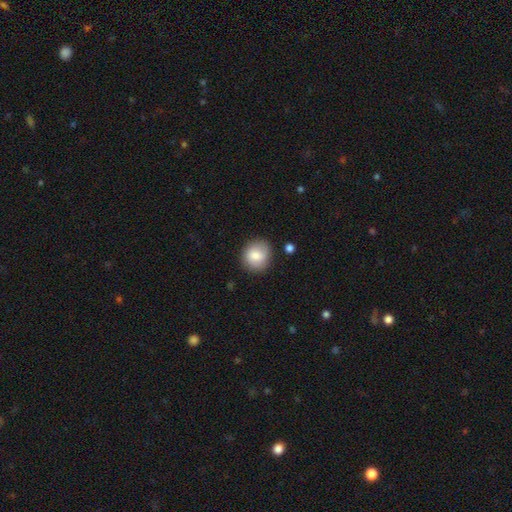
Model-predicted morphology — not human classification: smooth-or-featured: smooth: 83% | featured or disk: 10% | star or artifact: 8%
  how-rounded: round: 83% | in between: 16% | cigar-shaped: 1%
  merging: none: 83% | minor disturbance: 12% | major disturbance: 3% | merger: 2%